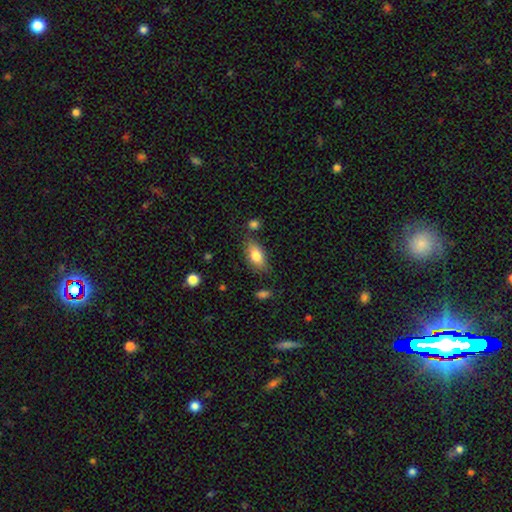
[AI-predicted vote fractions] smooth 80%, featured or disk 13%, star or artifact 7%. Down the decision tree: how rounded — in between (87%); merging — none (73%).